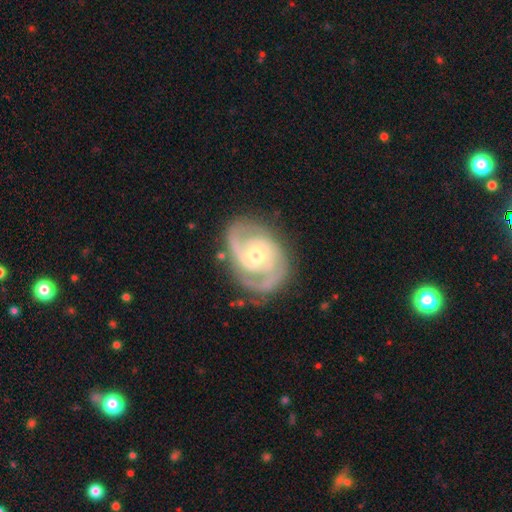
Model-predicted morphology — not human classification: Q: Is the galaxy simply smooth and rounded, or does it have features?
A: featured or disk — 88%.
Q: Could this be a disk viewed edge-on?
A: no — 97%.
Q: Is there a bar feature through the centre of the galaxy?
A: no — 47%.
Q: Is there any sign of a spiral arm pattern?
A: yes — 96%.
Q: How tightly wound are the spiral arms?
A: medium — 49%.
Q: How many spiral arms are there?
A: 2 — 82%.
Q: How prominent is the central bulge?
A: small — 51%.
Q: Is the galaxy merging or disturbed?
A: none — 77%.